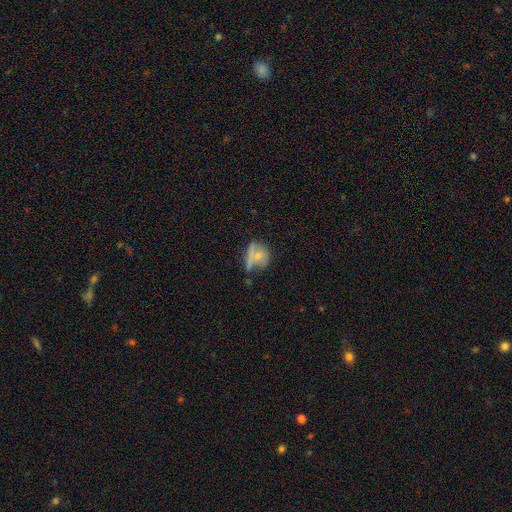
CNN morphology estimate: smooth 54%, featured or disk 34%, star or artifact 12%. Down the decision tree: how rounded — round (55%); merging — none (42%).